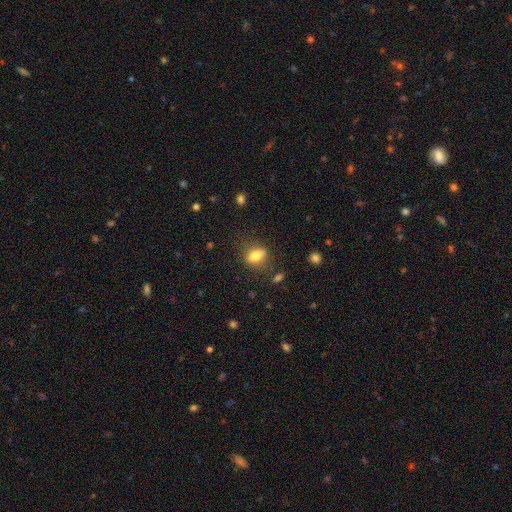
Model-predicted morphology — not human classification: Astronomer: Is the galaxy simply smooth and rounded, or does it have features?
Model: smooth — 70%.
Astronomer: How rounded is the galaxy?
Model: in between — 71%.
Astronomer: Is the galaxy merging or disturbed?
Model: none — 72%.